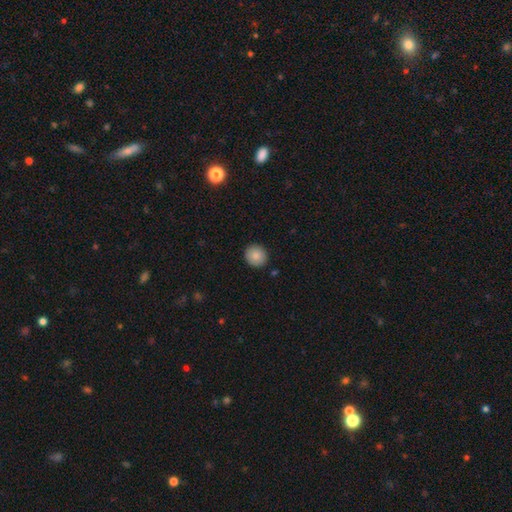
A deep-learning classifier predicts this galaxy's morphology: Smooth or featured?
  - smooth: 86% *
  - star or artifact: 8%
  - featured or disk: 6%
How rounded?
  - round: 90% *
  - in between: 9%
  - cigar-shaped: 1%
Merging?
  - none: 91% *
  - minor disturbance: 6%
  - major disturbance: 2%
  - merger: 1%